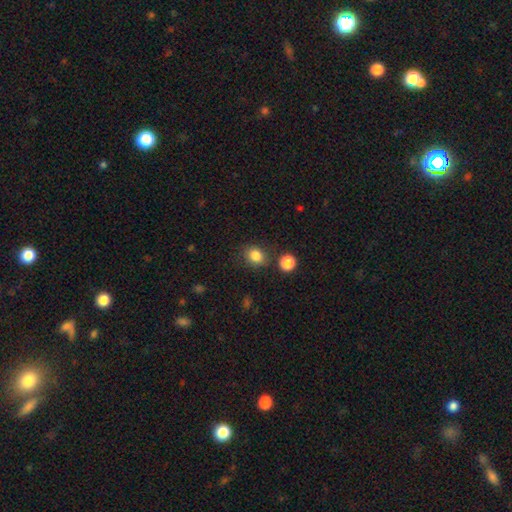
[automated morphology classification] A smooth galaxy with no disk features (84%) that is round (63%). Merging: none (79%).